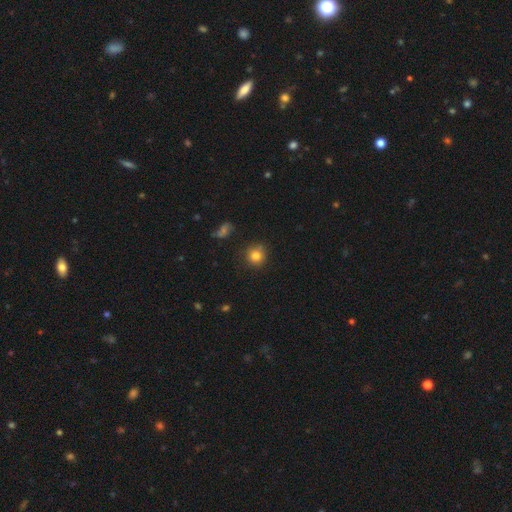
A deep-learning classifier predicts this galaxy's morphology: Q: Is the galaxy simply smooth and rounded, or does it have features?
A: smooth — 82%.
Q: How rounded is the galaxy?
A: round — 90%.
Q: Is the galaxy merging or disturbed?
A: none — 78%.